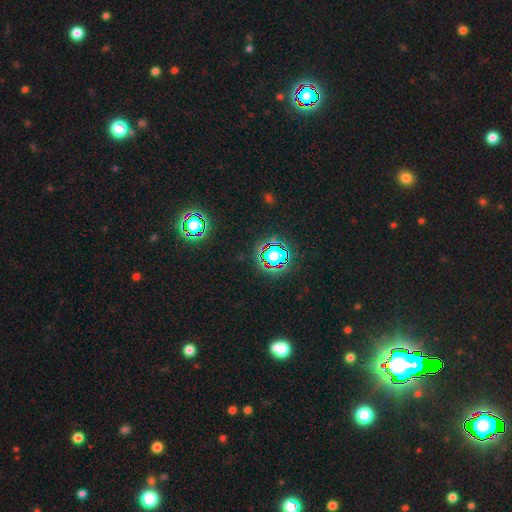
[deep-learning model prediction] Q: Smooth or featured?
A: star or artifact (82%); runner-up: smooth (11%)